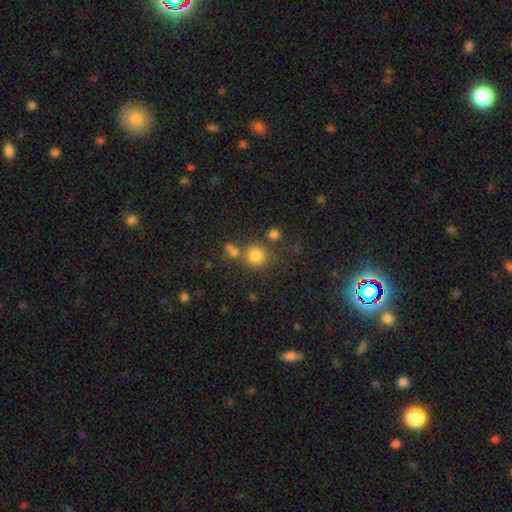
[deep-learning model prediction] Q: Smooth or featured?
A: smooth (80%); runner-up: star or artifact (13%)
Q: How rounded?
A: round (86%); runner-up: in between (13%)
Q: Merging?
A: none (66%); runner-up: merger (18%)